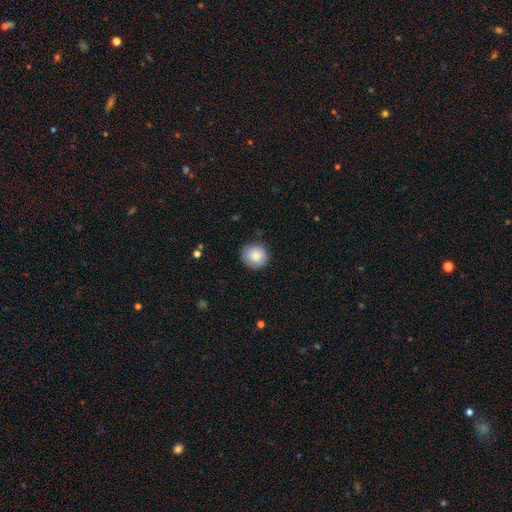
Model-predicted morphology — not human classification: Overall: smooth (85%). How rounded: round (89%). Merging: none (87%).